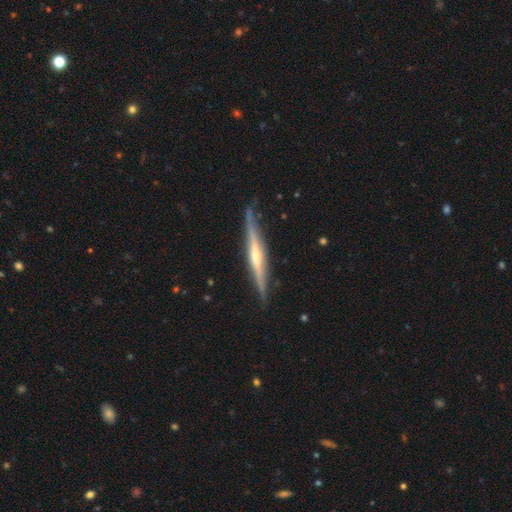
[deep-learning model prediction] smooth-or-featured: featured or disk: 75% | smooth: 20% | star or artifact: 5%
  disk-edge-on: yes: 97% | no: 3%
    edge-on-bulge: rounded: 61% | none: 28% | boxy: 11%
  merging: none: 84% | minor disturbance: 12% | major disturbance: 2% | merger: 1%